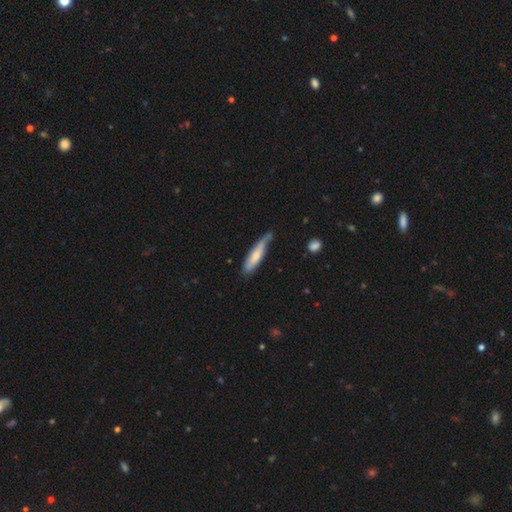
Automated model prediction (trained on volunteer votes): Q: Smooth or featured?
A: smooth (61%); runner-up: featured or disk (33%)
Q: How rounded?
A: cigar-shaped (79%); runner-up: in between (19%)
Q: Merging?
A: none (50%); runner-up: minor disturbance (35%)